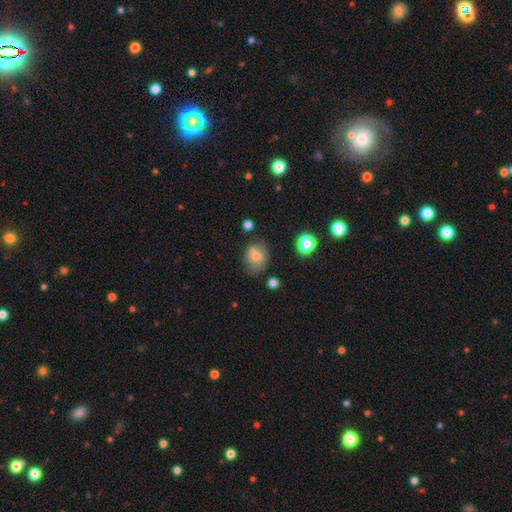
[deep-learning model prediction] Overall: smooth (70%). How rounded: round (61%; in between 38%). Merging: none (57%; merger 20%).